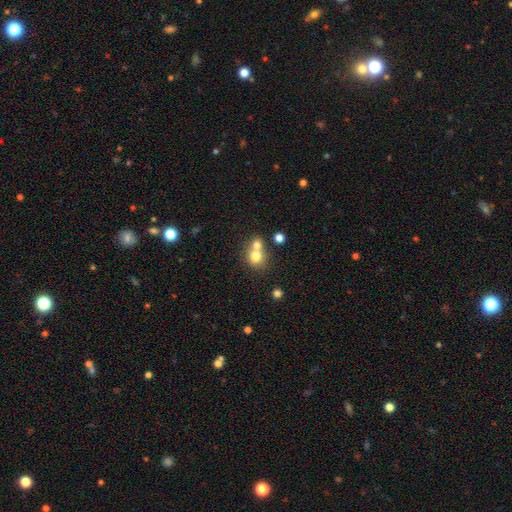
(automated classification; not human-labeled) A smooth galaxy with no disk features (74%) that is round (79%).

Vote fractions:
- Smooth or featured? smooth: 74% / featured or disk: 14% / star or artifact: 12%
- How rounded? round: 79% / in between: 20% / cigar-shaped: 1%
- Merging? merger: 53% / none: 38% / minor disturbance: 6% / major disturbance: 3%